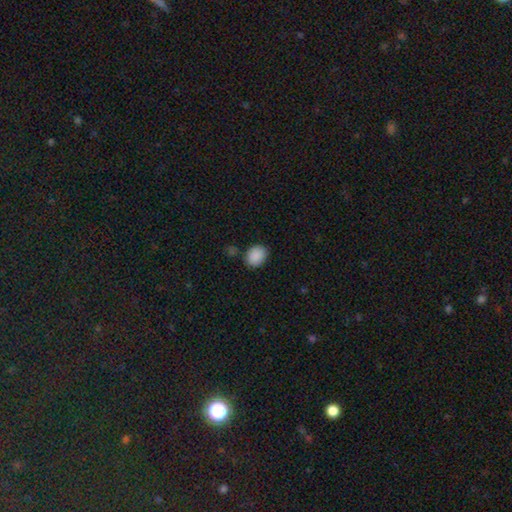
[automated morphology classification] Smooth or featured? smooth (89%)
How rounded? in between (59%)
Merging? none (81%)